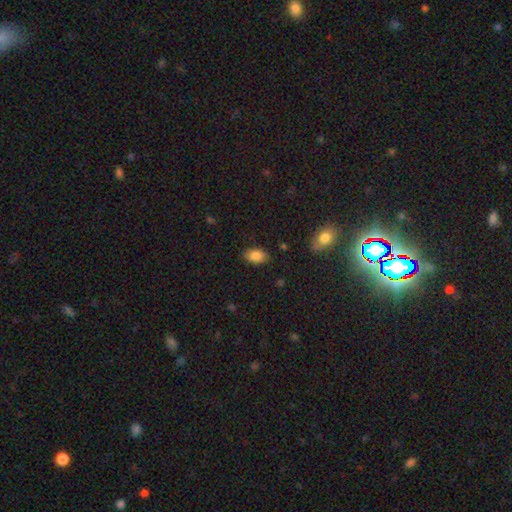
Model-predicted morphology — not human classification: Smooth or featured? Predicted: smooth (p=0.85). How rounded? Predicted: in between (p=0.91). Merging? Predicted: none (p=0.86).